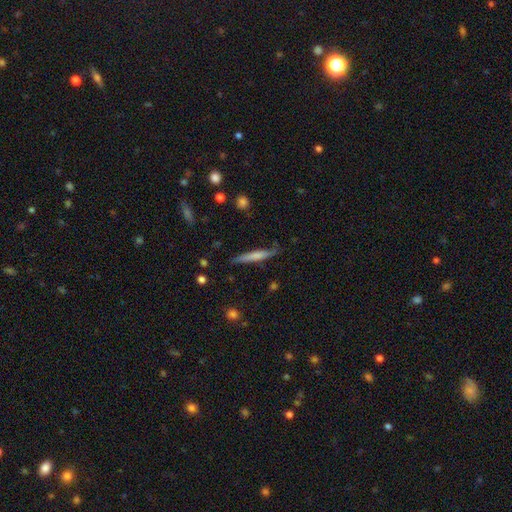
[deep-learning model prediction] Overall: smooth (60%; featured or disk 34%). How rounded: cigar-shaped (93%). Merging: none (77%).